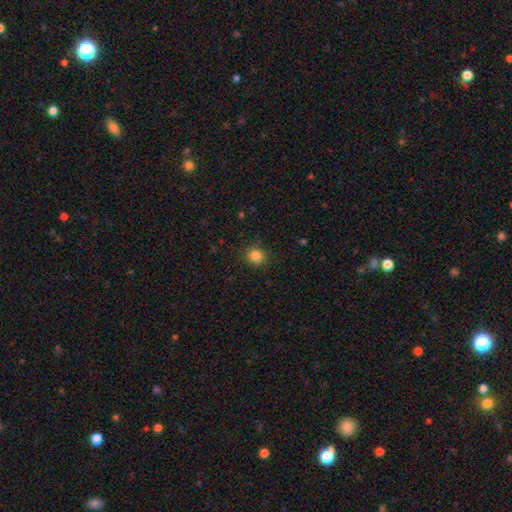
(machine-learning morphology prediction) A smooth galaxy with no disk features (84%) that is round (86%). Merging: none (88%).